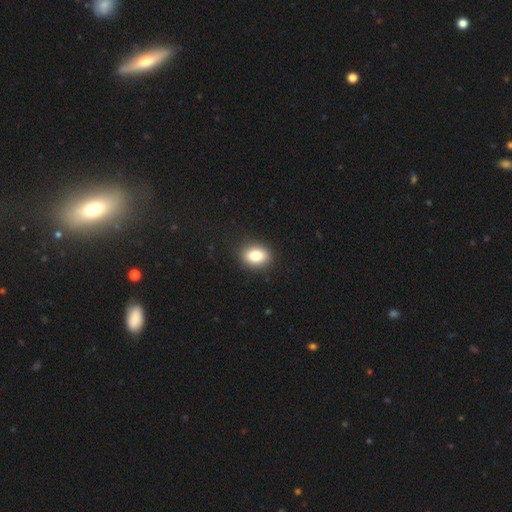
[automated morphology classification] Smooth or featured?
  - smooth: 82% *
  - star or artifact: 9%
  - featured or disk: 9%
How rounded?
  - in between: 66% *
  - round: 32%
  - cigar-shaped: 1%
Merging?
  - none: 90% *
  - minor disturbance: 7%
  - major disturbance: 2%
  - merger: 1%